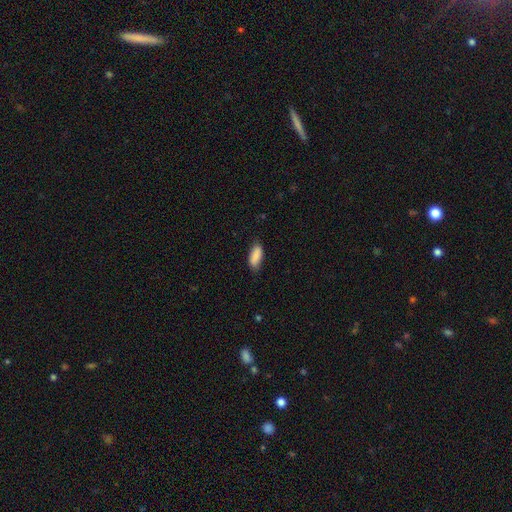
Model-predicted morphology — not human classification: The model was most divided on "how rounded": in between: 79%, cigar-shaped: 19%, round: 2%. More confident: smooth or featured — smooth (89%); merging — none (79%).